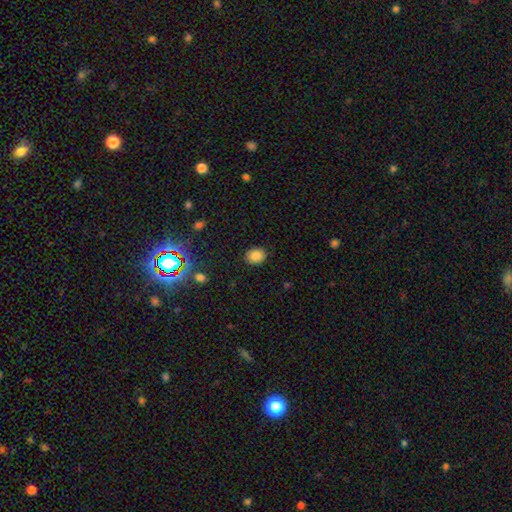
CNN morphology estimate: A smooth galaxy with no disk features (83%) that is round (57%).

Vote fractions:
- Smooth or featured? smooth: 83% / star or artifact: 11% / featured or disk: 5%
- How rounded? round: 57% / in between: 42% / cigar-shaped: 1%
- Merging? none: 88% / minor disturbance: 8% / major disturbance: 2% / merger: 1%